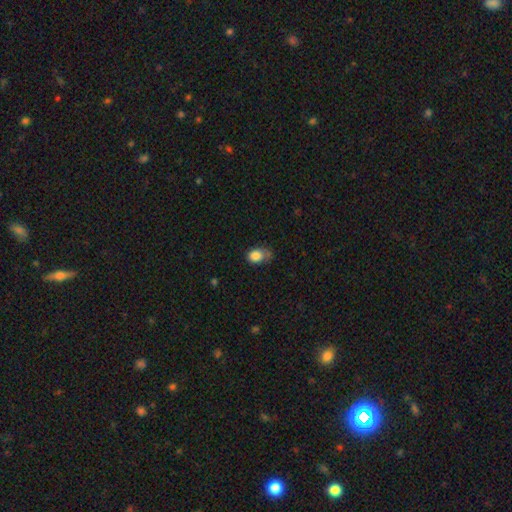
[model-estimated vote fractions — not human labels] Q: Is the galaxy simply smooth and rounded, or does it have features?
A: smooth — 84%.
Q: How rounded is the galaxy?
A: in between — 63%.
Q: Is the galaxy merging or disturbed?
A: none — 42%.